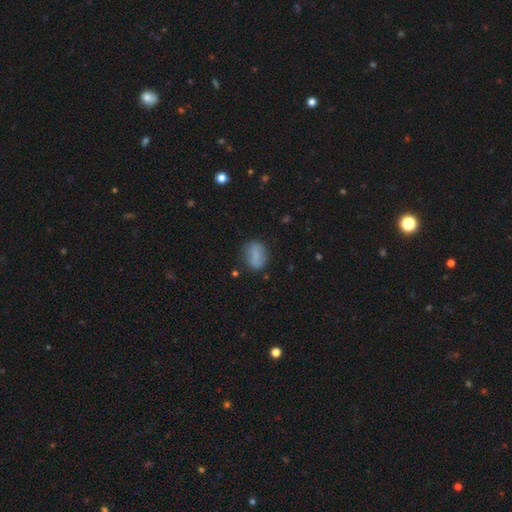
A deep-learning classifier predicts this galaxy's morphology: The model was most divided on "how rounded": in between: 70%, round: 27%, cigar-shaped: 3%. More confident: smooth or featured — smooth (75%); merging — none (74%).